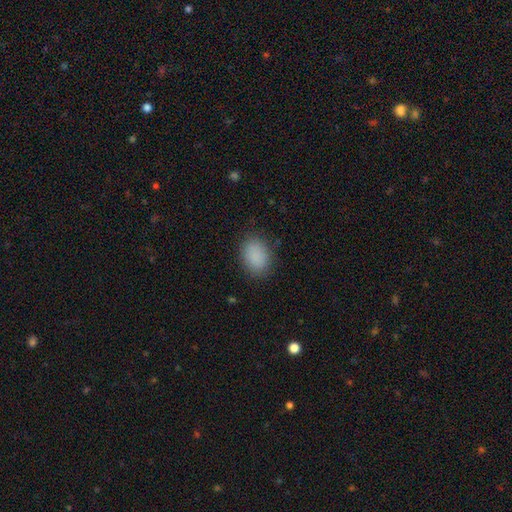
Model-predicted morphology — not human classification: The model was most divided on "how rounded": in between: 72%, round: 27%, cigar-shaped: 1%. More confident: smooth or featured — smooth (88%); merging — none (85%).